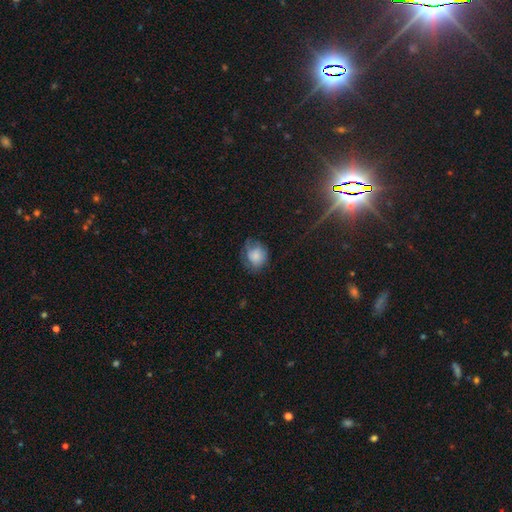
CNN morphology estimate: Q: Smooth or featured?
A: smooth (72%); runner-up: featured or disk (19%)
Q: How rounded?
A: round (67%); runner-up: in between (32%)
Q: Merging?
A: none (52%); runner-up: minor disturbance (30%)